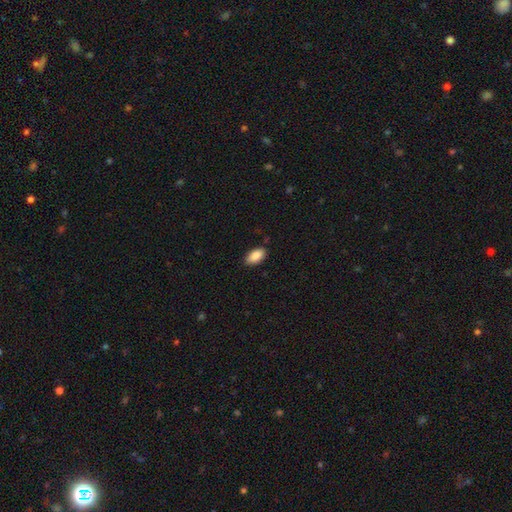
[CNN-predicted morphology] smooth_or_featured: smooth (p=0.89) [alt: star or artifact p=0.07]
how_rounded: in between (p=0.94) [alt: cigar-shaped p=0.03]
merging: none (p=0.84) [alt: minor disturbance p=0.13]